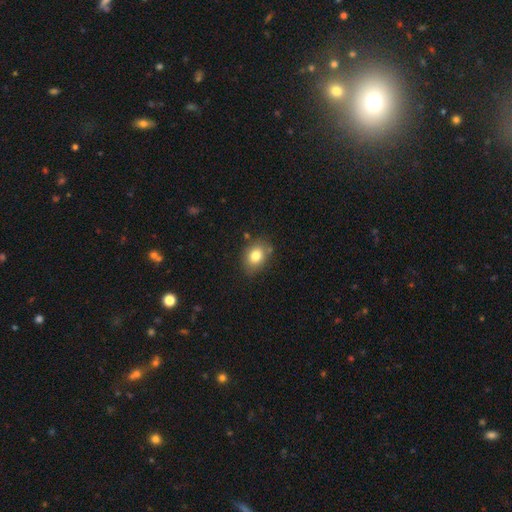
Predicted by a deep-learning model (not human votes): The model was most divided on "how rounded": in between: 64%, round: 35%, cigar-shaped: 1%. More confident: smooth or featured — smooth (80%); merging — none (79%).